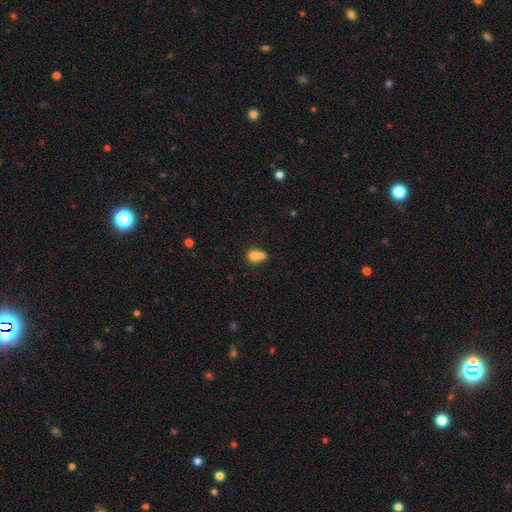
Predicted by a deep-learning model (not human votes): smooth-or-featured: smooth: 73% | featured or disk: 17% | star or artifact: 10%
  how-rounded: round: 72% | in between: 27% | cigar-shaped: 1%
  merging: merger: 62% | none: 28% | minor disturbance: 7% | major disturbance: 3%